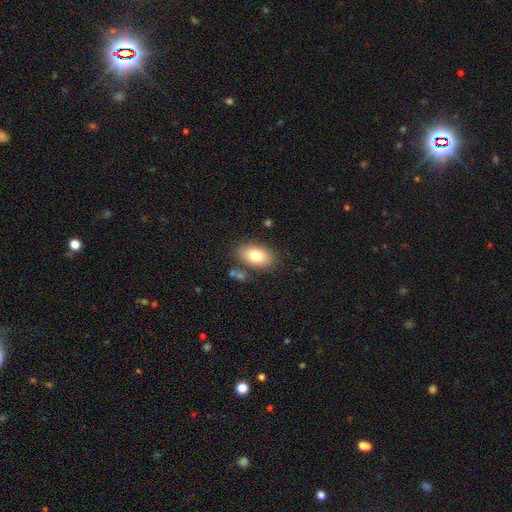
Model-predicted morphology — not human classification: Overall: smooth (79%). How rounded: in between (90%). Merging: none (79%).